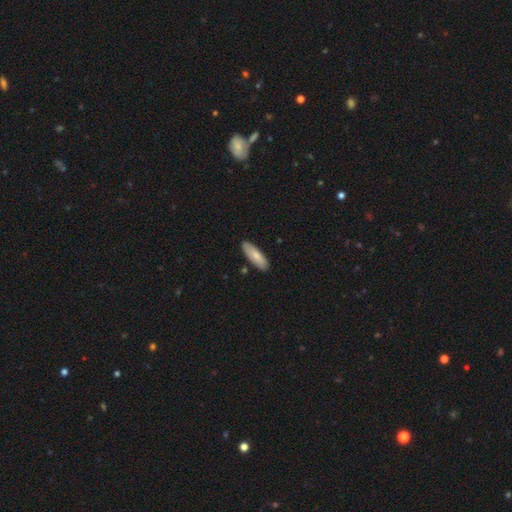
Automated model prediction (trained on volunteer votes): smooth_or_featured: smooth (p=0.79) [alt: featured or disk p=0.16]
how_rounded: in between (p=0.58) [alt: cigar-shaped p=0.41]
merging: none (p=0.86) [alt: minor disturbance p=0.11]